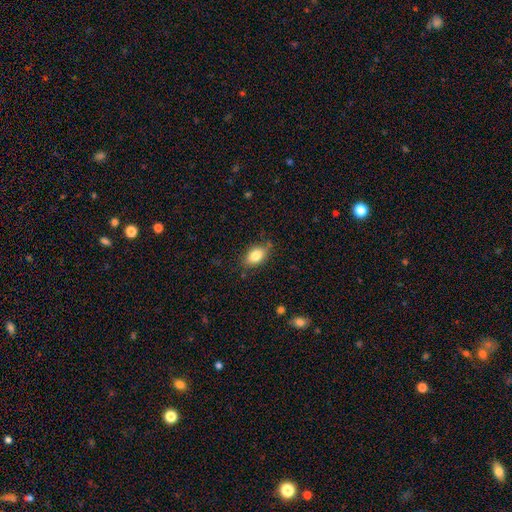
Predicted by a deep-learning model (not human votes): smooth 83%, featured or disk 9%, star or artifact 8%. Down the decision tree: how rounded — in between (87%); merging — none (78%).